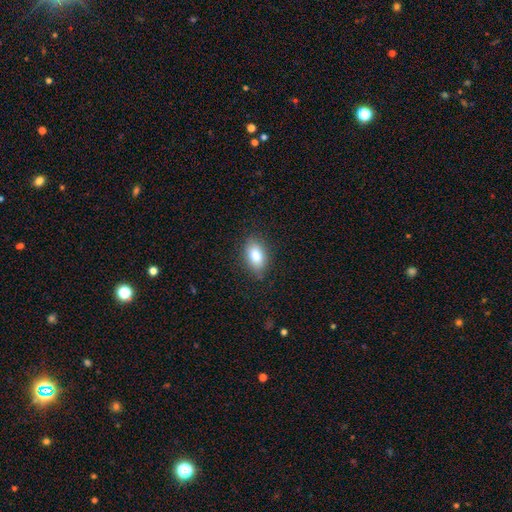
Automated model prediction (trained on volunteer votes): Q: Smooth or featured?
A: smooth (80%); runner-up: featured or disk (12%)
Q: How rounded?
A: in between (88%); runner-up: round (10%)
Q: Merging?
A: none (85%); runner-up: minor disturbance (11%)